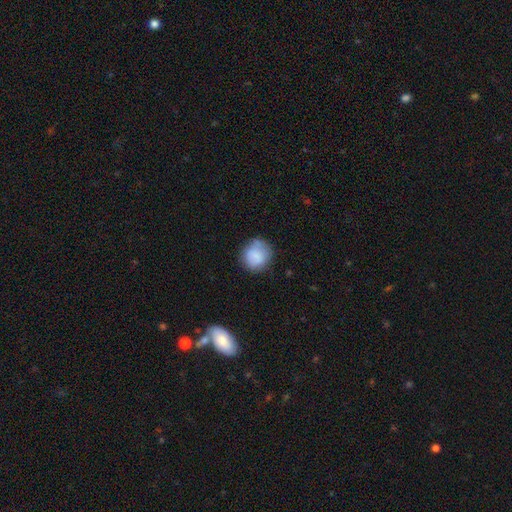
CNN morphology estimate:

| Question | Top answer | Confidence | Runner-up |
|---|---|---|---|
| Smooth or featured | smooth | 82% | featured or disk (11%) |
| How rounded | round | 85% | in between (14%) |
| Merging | none | 68% | minor disturbance (22%) |